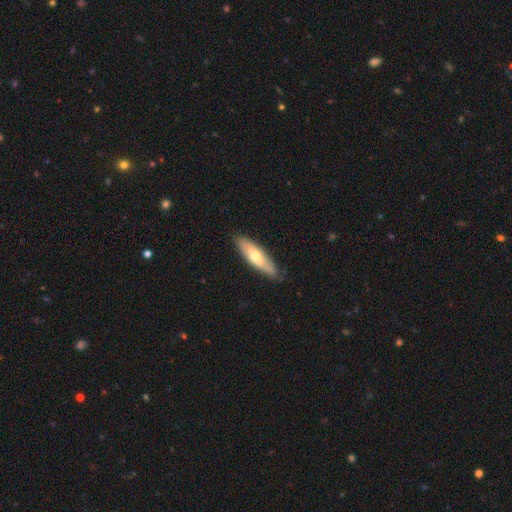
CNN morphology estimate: Smooth or featured? Predicted: smooth (p=0.56). How rounded? Predicted: cigar-shaped (p=0.55). Merging? Predicted: none (p=0.84).